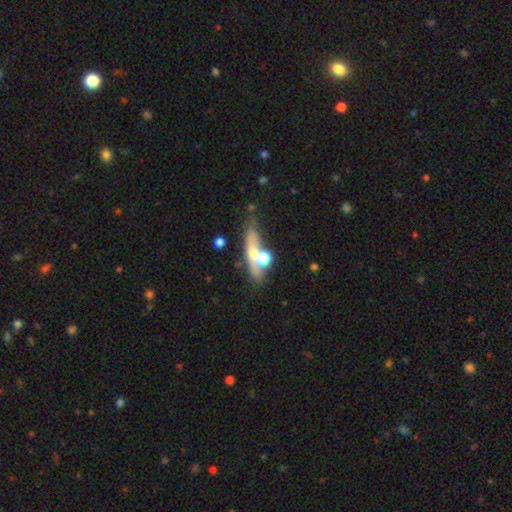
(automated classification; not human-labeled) A featured or disk galaxy (48%). Merging: none (54%).